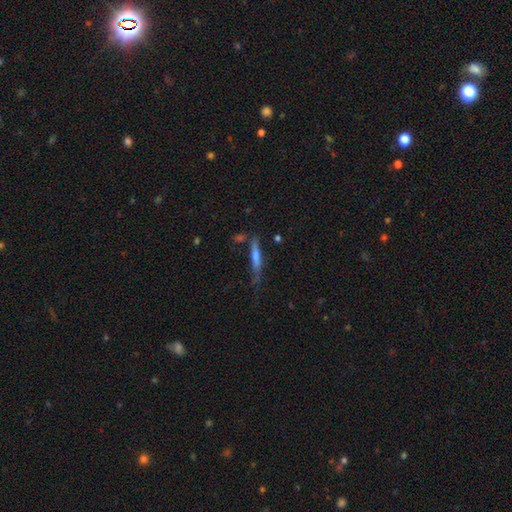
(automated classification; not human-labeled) Smooth or featured? featured or disk (49%)
Merging? none (61%)